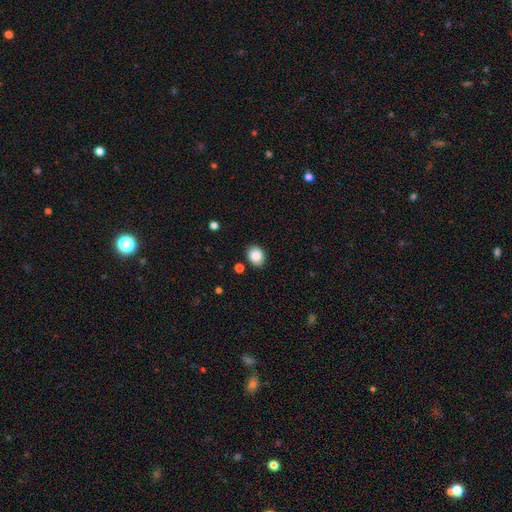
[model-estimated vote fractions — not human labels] Morphology: type=smooth (87%); roundness=round (50%); merging=none (85%).